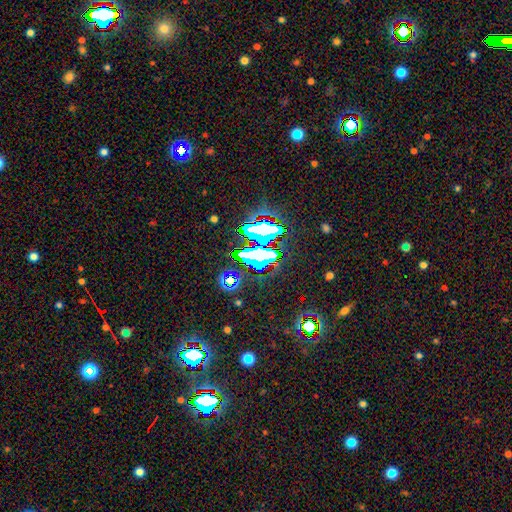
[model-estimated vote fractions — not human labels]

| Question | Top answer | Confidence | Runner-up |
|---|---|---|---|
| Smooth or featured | star or artifact | 71% | smooth (15%) |